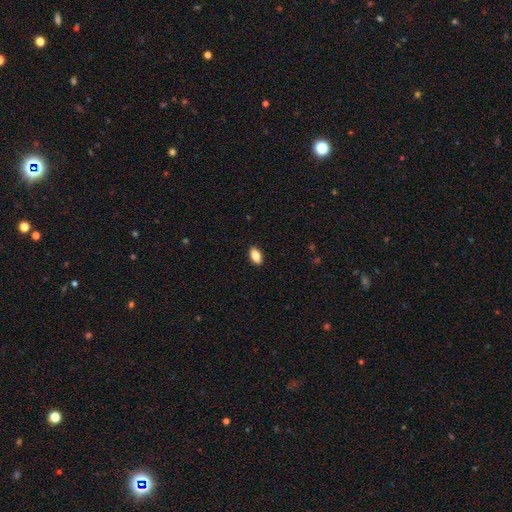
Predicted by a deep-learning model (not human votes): Smooth or featured? Predicted: smooth (p=0.83). How rounded? Predicted: in between (p=0.92). Merging? Predicted: none (p=0.90).